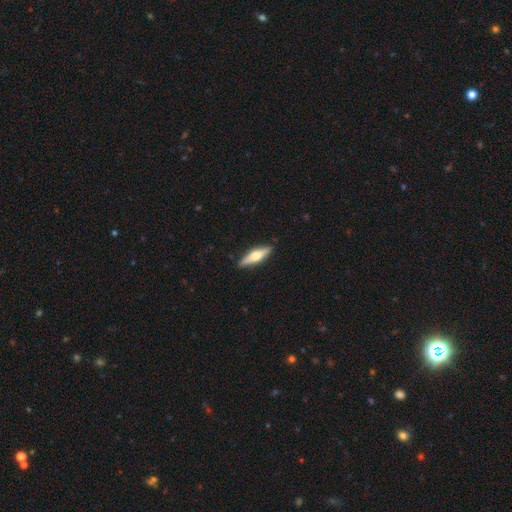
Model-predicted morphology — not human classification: A featured or disk galaxy (55%) viewed edge-on (95%) with a rounded central bulge (92%). Merging: none (89%).